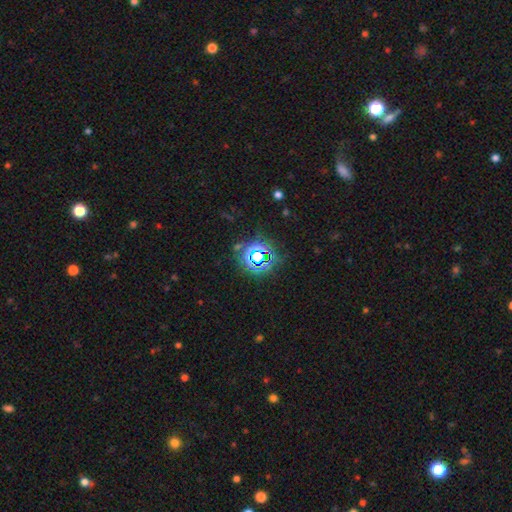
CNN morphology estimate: This appears to be a star or artifact, not a galaxy (72%).